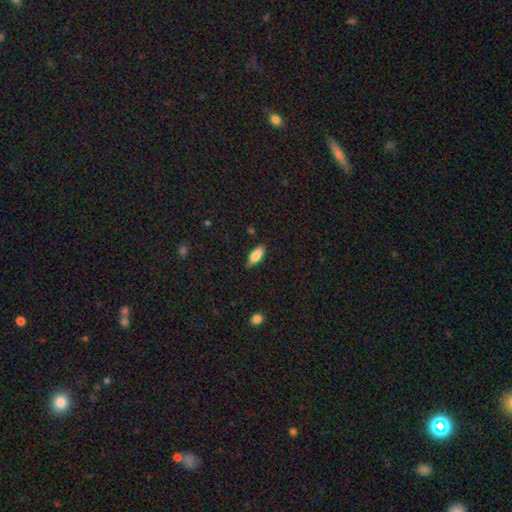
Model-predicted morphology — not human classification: smooth 78%, featured or disk 15%, star or artifact 7%. Down the decision tree: how rounded — in between (81%); merging — none (79%).